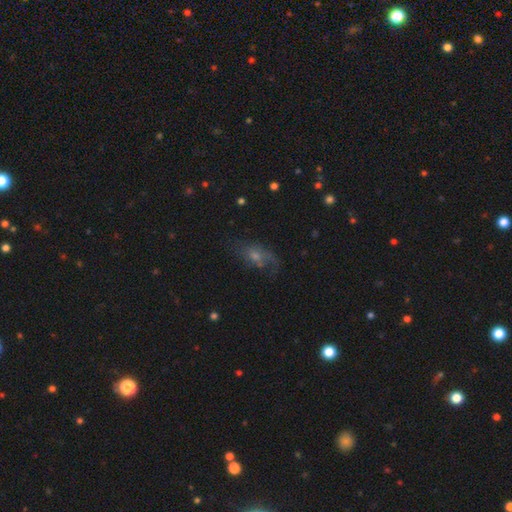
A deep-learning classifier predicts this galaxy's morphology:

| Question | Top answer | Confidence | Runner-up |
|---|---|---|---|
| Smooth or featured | featured or disk | 47% | smooth (34%) |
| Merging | none | 58% | minor disturbance (22%) |